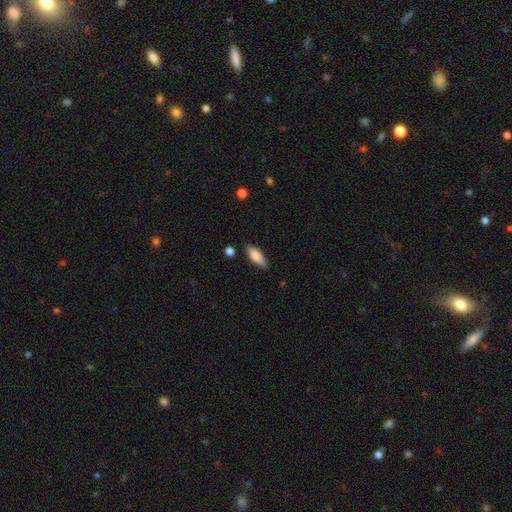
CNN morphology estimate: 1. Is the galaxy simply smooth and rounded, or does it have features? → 80% smooth, 13% featured or disk, 6% star or artifact.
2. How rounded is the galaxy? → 65% in between, 32% cigar-shaped, 2% round.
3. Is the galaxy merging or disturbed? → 82% none, 13% minor disturbance, 2% major disturbance, 2% merger.